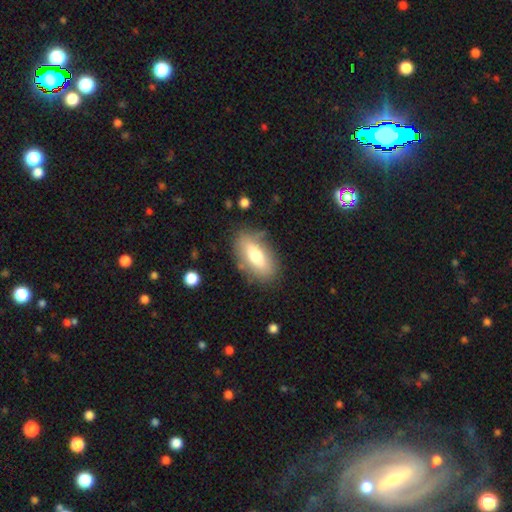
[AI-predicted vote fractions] Morphology: type=smooth (67%); roundness=in between (85%); merging=none (79%).